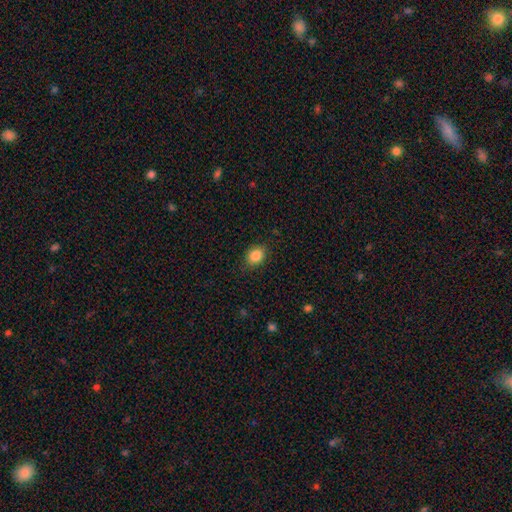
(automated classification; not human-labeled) This is clearly a smooth galaxy (86%). How rounded: possibly round (51%). Merging: clearly none (85%).